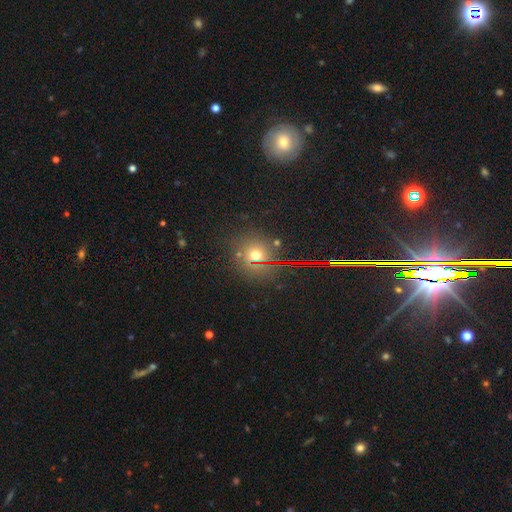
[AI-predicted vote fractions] smooth 59%, star or artifact 30%, featured or disk 11%. Down the decision tree: how rounded — round (86%); merging — none (80%).